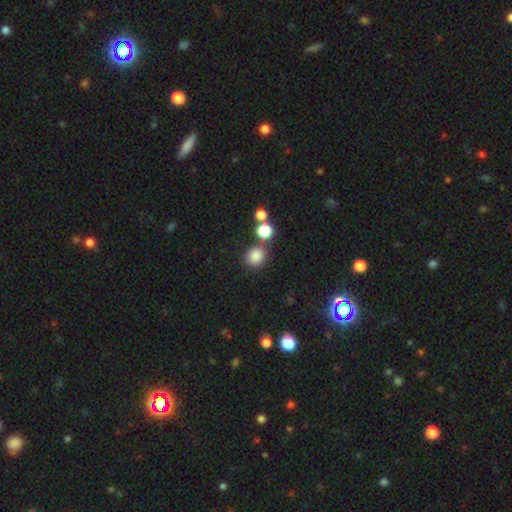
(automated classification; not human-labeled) Smooth or featured: smooth — 82% (star or artifact — 13%)
How rounded: round — 80% (in between — 19%)
Merging: none — 71% (merger — 15%)